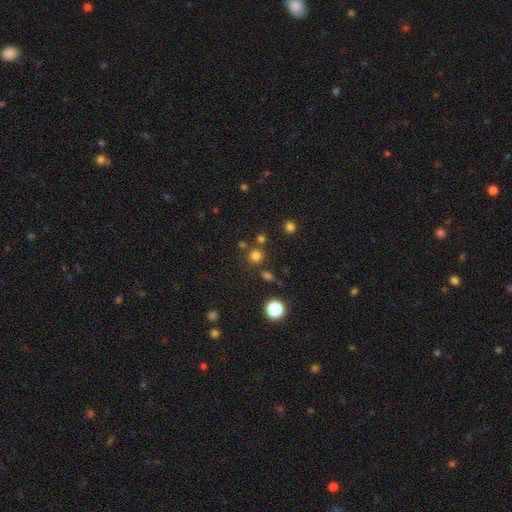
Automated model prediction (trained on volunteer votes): Smooth or featured?
  - smooth: 73% *
  - star or artifact: 21%
  - featured or disk: 5%
How rounded?
  - round: 92% *
  - in between: 7%
  - cigar-shaped: 1%
Merging?
  - none: 79% *
  - merger: 10%
  - minor disturbance: 8%
  - major disturbance: 3%